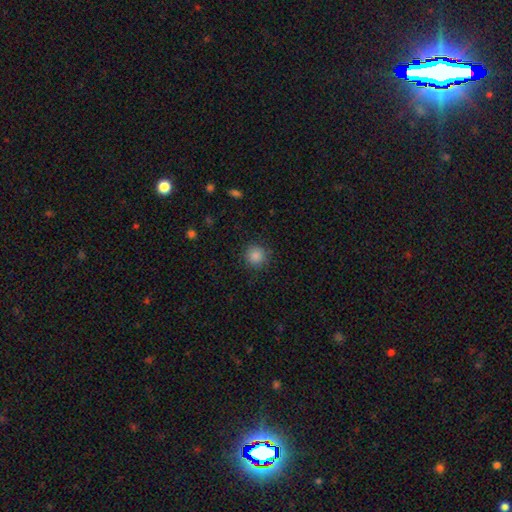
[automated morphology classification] smooth 87%, star or artifact 10%, featured or disk 3%. Down the decision tree: how rounded — round (94%); merging — none (90%).